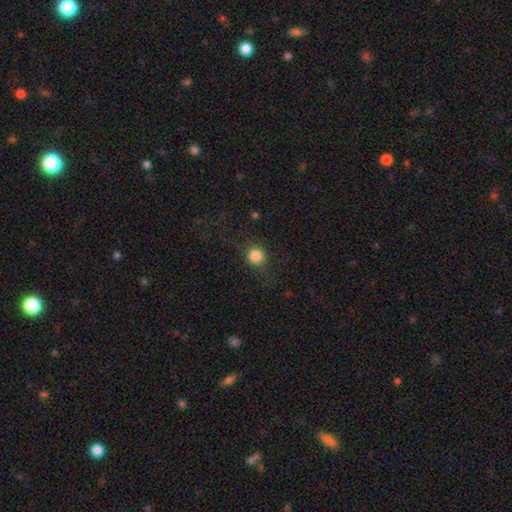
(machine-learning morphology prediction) Smooth or featured? smooth (82%)
How rounded? round (90%)
Merging? none (80%)